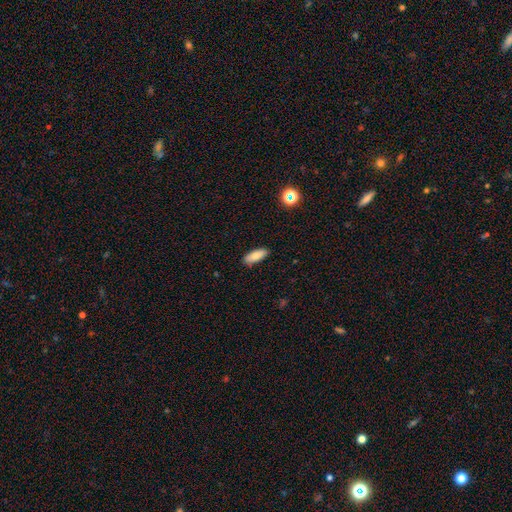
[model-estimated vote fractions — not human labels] smooth_or_featured: smooth (p=0.83) [alt: featured or disk p=0.09]
how_rounded: in between (p=0.71) [alt: cigar-shaped p=0.27]
merging: none (p=0.87) [alt: minor disturbance p=0.09]